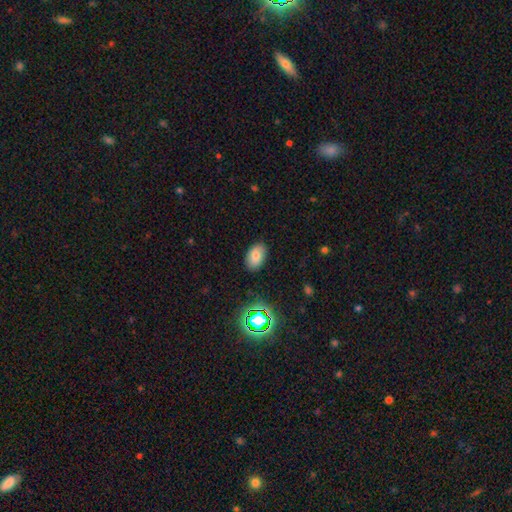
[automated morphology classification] The model was most divided on "smooth or featured": smooth: 77%, star or artifact: 12%, featured or disk: 11%. More confident: how rounded — in between (91%); merging — none (85%).